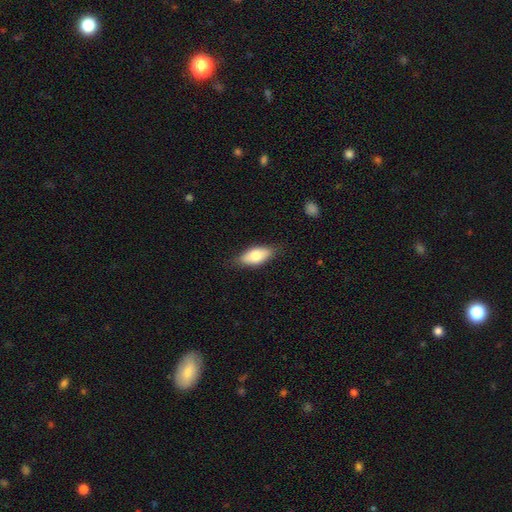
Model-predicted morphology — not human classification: Smooth or featured? Predicted: smooth (p=0.74). How rounded? Predicted: in between (p=0.85). Merging? Predicted: none (p=0.82).